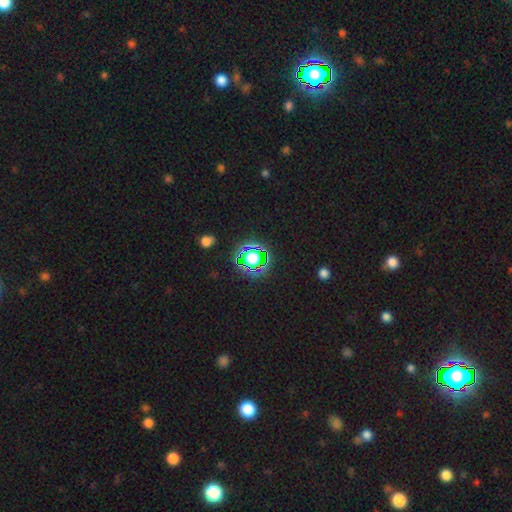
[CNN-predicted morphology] Q: Smooth or featured?
A: star or artifact (59%); runner-up: smooth (29%)